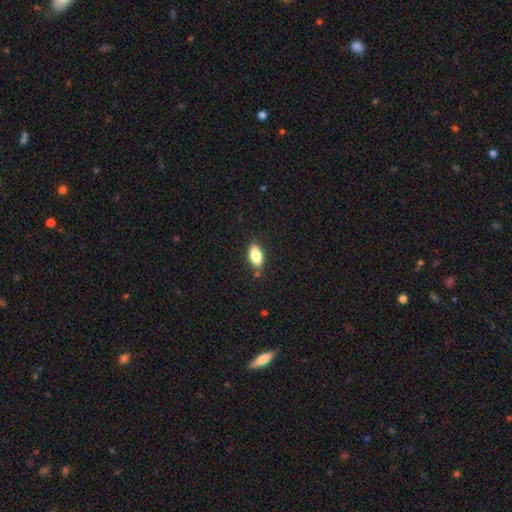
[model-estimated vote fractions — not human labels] Overall: smooth (79%). How rounded: in between (87%). Merging: none (84%).